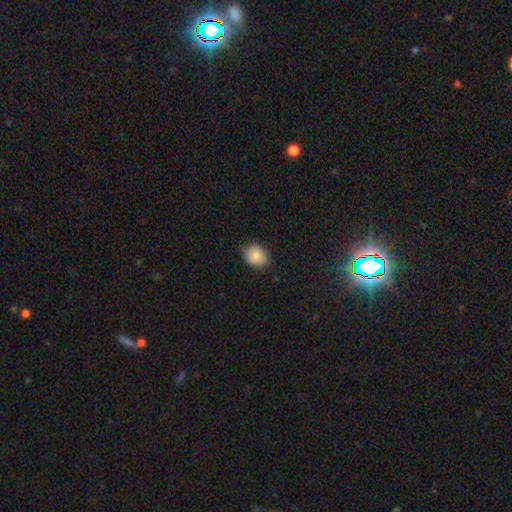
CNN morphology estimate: smooth-or-featured: smooth: 87% | star or artifact: 8% | featured or disk: 6%
  how-rounded: in between: 50% | round: 49% | cigar-shaped: 1%
  merging: none: 84% | minor disturbance: 12% | major disturbance: 2% | merger: 1%